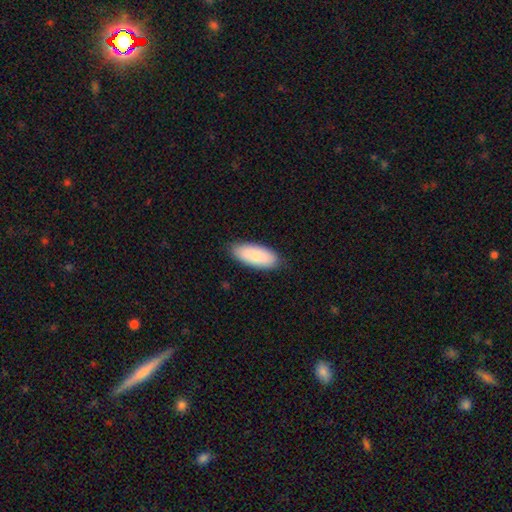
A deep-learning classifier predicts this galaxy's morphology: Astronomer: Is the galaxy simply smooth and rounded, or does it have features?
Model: smooth — 83%.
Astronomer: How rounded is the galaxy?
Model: in between — 86%.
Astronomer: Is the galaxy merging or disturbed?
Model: none — 86%.